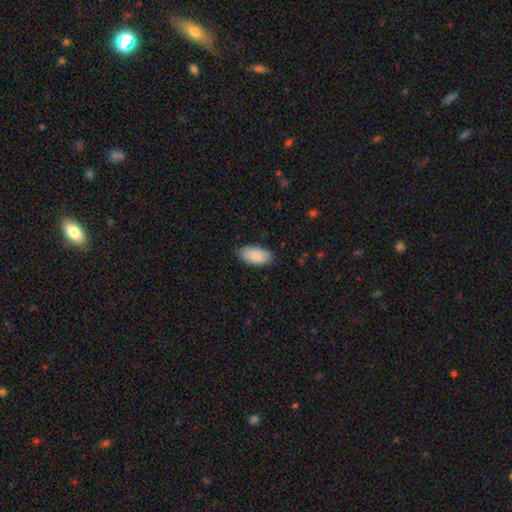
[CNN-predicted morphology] The model was most divided on "merging": none: 83%, minor disturbance: 13%, major disturbance: 2%, merger: 1%. More confident: how rounded — in between (95%); smooth or featured — smooth (88%).